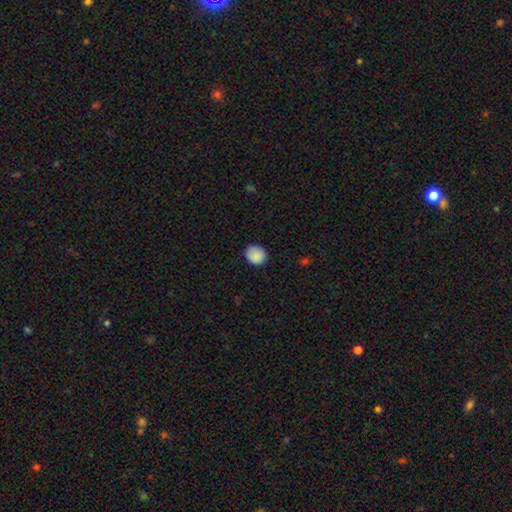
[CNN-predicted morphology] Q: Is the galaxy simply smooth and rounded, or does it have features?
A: smooth — 89%.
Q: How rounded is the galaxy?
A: round — 81%.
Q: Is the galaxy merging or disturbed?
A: none — 84%.